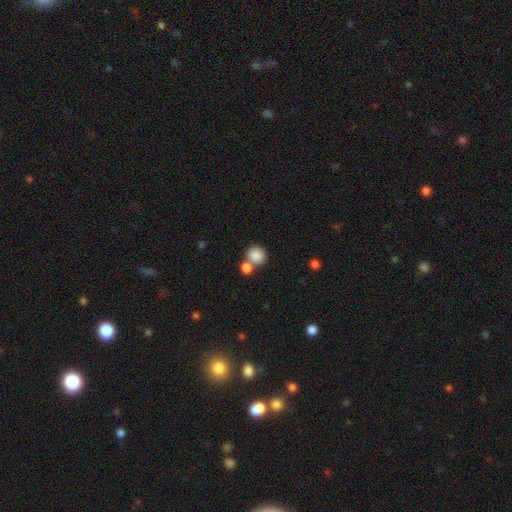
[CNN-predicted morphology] The model was most divided on "merging": none: 50%, merger: 39%, minor disturbance: 8%, major disturbance: 3%. More confident: smooth or featured — smooth (86%); how rounded — round (82%).